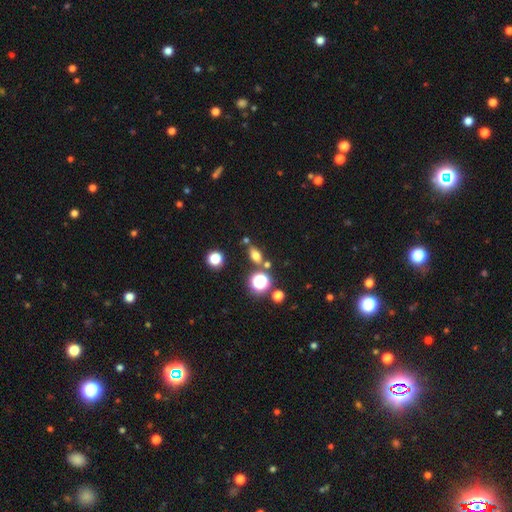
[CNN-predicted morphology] Smooth or featured: smooth — 69% (star or artifact — 19%)
How rounded: in between — 70% (round — 24%)
Merging: none — 74% (minor disturbance — 11%)